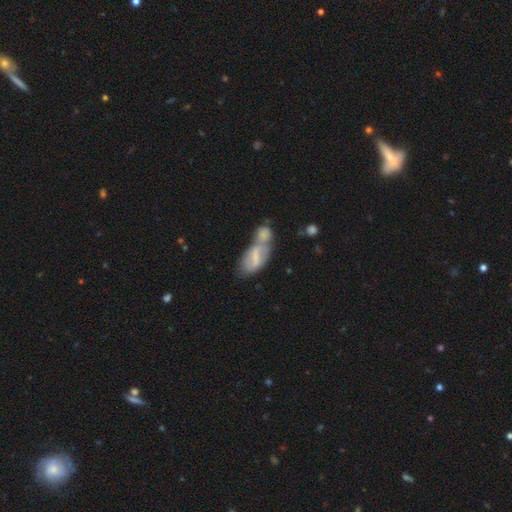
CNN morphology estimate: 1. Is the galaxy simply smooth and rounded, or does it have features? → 49% smooth, 42% featured or disk, 9% star or artifact.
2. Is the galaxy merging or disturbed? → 66% merger, 16% none, 10% minor disturbance, 7% major disturbance.